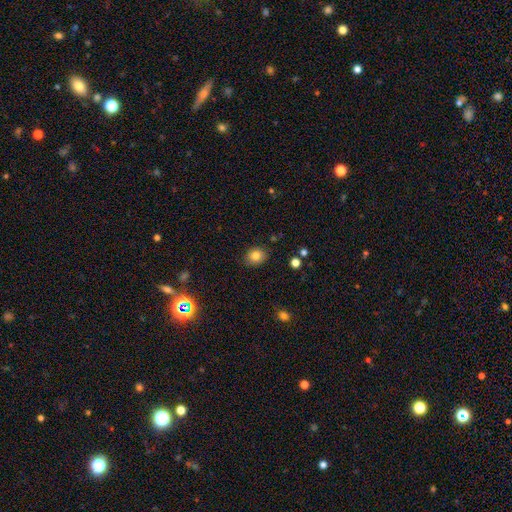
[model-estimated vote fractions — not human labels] The model was most divided on "how rounded": round: 66%, in between: 34%, cigar-shaped: 1%. More confident: merging — none (86%); smooth or featured — smooth (81%).